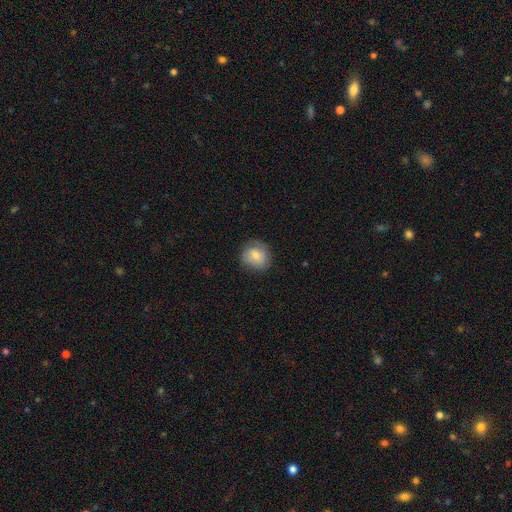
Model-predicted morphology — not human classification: Smooth or featured? smooth (71%)
How rounded? round (82%)
Merging? none (74%)